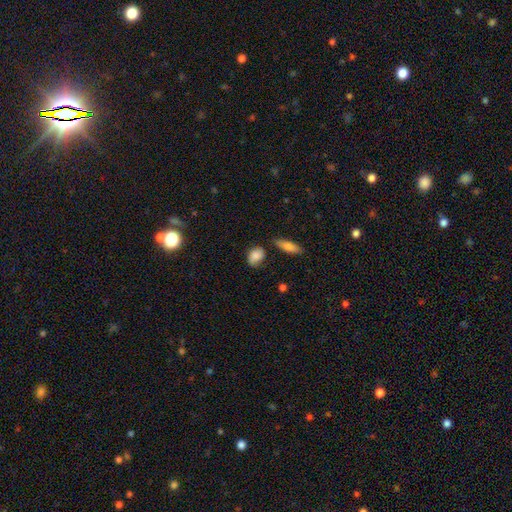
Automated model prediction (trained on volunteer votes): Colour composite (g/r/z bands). It shows a smooth galaxy with no disk features (82%) that is in between round and cigar-shaped (70%). Merging: none (60%).